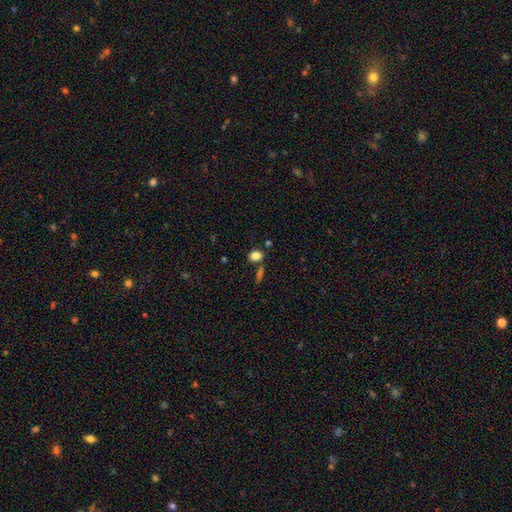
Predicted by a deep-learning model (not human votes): Smooth or featured? smooth (83%)
How rounded? in between (60%)
Merging? none (71%)